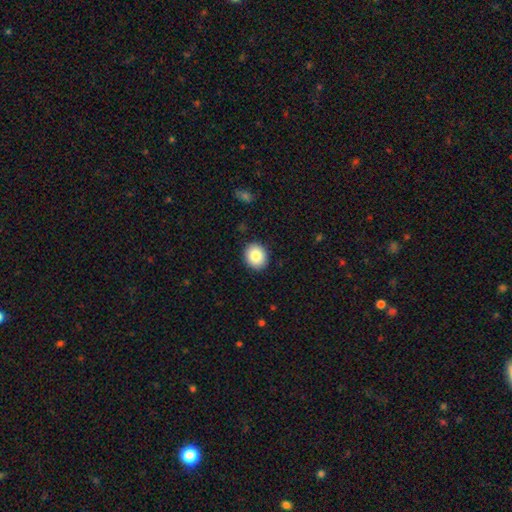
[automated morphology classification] smooth-or-featured: smooth: 85% | star or artifact: 8% | featured or disk: 7%
  how-rounded: round: 71% | in between: 28% | cigar-shaped: 1%
  merging: none: 90% | minor disturbance: 7% | major disturbance: 2% | merger: 1%